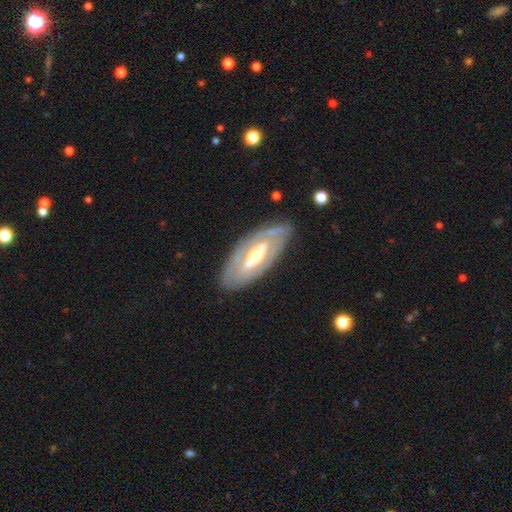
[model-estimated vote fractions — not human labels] Overall: featured or disk (75%). Edge-on disk: no (84%). Bar: weak (35%; strong 33%). Spiral arms: yes (53%; no 47%). Bulge size: moderate (63%). Merging: none (79%).